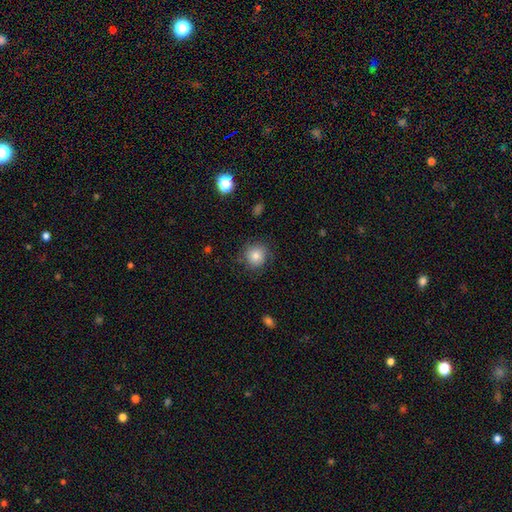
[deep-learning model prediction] A smooth galaxy with no disk features (77%) that is round (90%). Merging: none (78%).